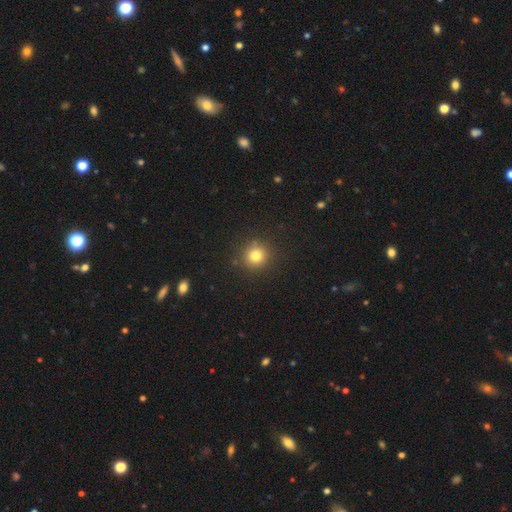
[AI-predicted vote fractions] A smooth galaxy with no disk features (81%) that is round (92%).

Vote fractions:
- Smooth or featured? smooth: 81% / star or artifact: 13% / featured or disk: 6%
- How rounded? round: 92% / in between: 7% / cigar-shaped: 1%
- Merging? none: 87% / minor disturbance: 8% / major disturbance: 3% / merger: 2%